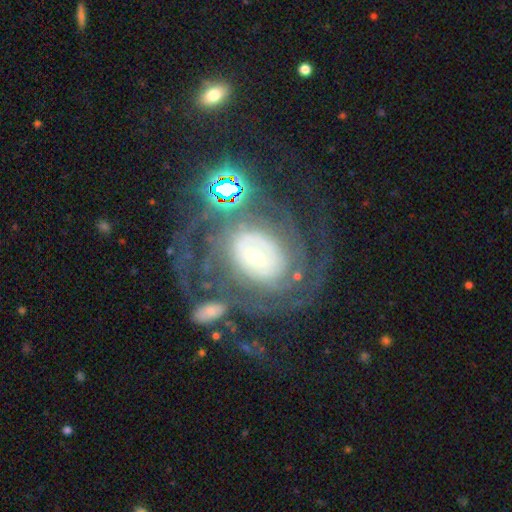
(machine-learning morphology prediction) type=featured or disk (81%); edge-on=no (96%); bar=no (60%); spiral arms=yes (86%); winding=tight (61%); arm count=can't tell (41%); bulge=small (58%); merging=none (54%).